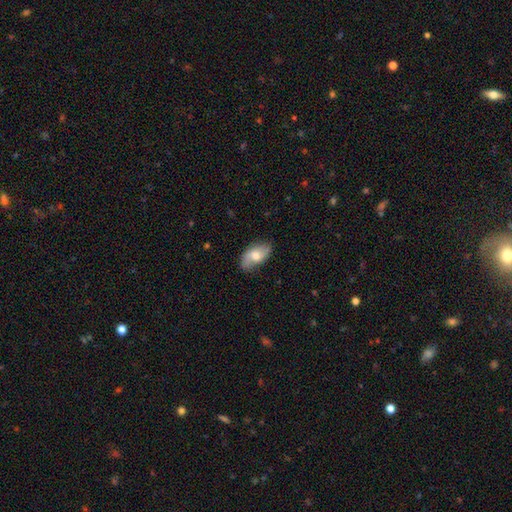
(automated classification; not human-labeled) Smooth or featured? Predicted: smooth (p=0.48). Merging? Predicted: none (p=0.73).